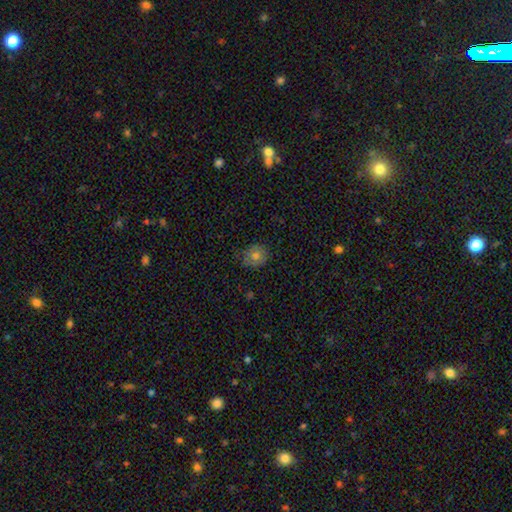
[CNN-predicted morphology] Smooth or featured? Predicted: smooth (p=0.74). How rounded? Predicted: round (p=0.72). Merging? Predicted: none (p=0.78).